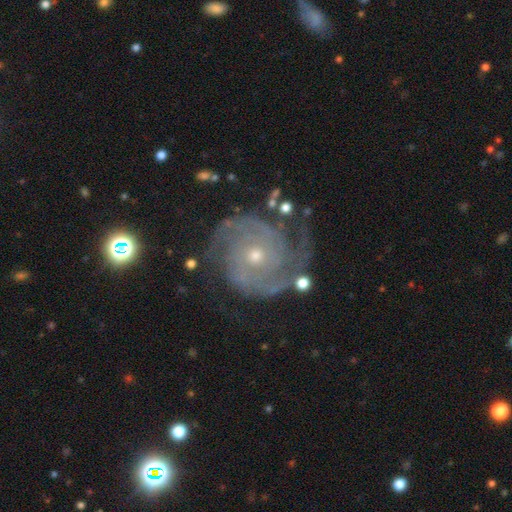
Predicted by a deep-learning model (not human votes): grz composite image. It shows a featured or disk galaxy (91%) with no bar (77%), 2 (48%) tight (64%) spiral arms (98%) and a small central bulge (61%). Merging: none (71%).